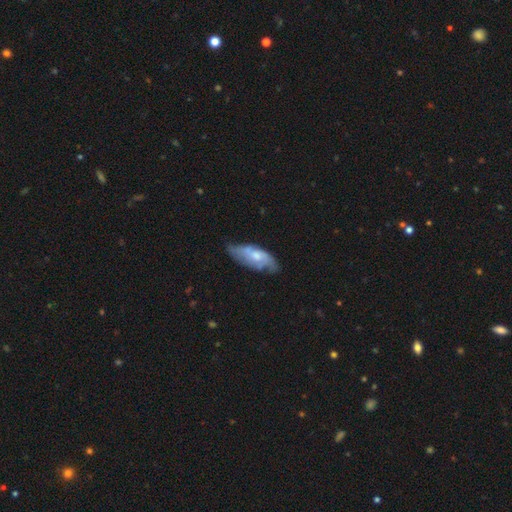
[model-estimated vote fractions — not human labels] featured or disk 51%, smooth 43%, star or artifact 6%. Down the decision tree: edge-on disk — no (81%); merging — none (51%).